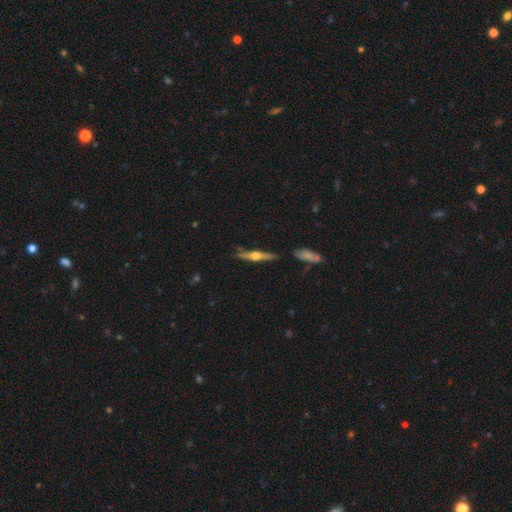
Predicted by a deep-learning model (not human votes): Smooth or featured: featured or disk — 73% (smooth — 22%)
Edge-on disk: yes — 97% (no — 3%)
Edge-on bulge: rounded — 95% (boxy — 3%)
Merging: none — 85% (minor disturbance — 10%)